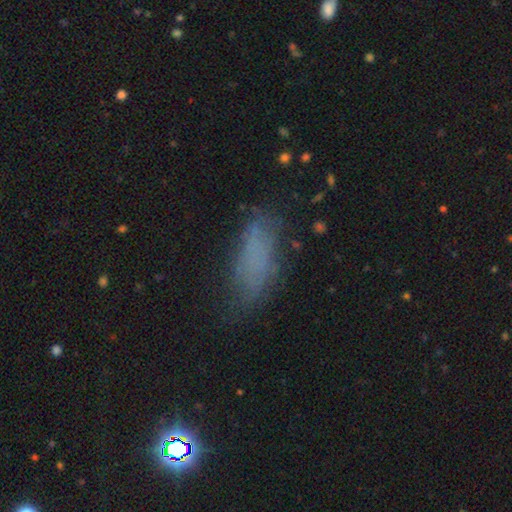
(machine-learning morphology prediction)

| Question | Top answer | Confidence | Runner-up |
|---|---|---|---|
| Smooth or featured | smooth | 64% | star or artifact (20%) |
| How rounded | in between | 69% | cigar-shaped (28%) |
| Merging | none | 64% | minor disturbance (23%) |